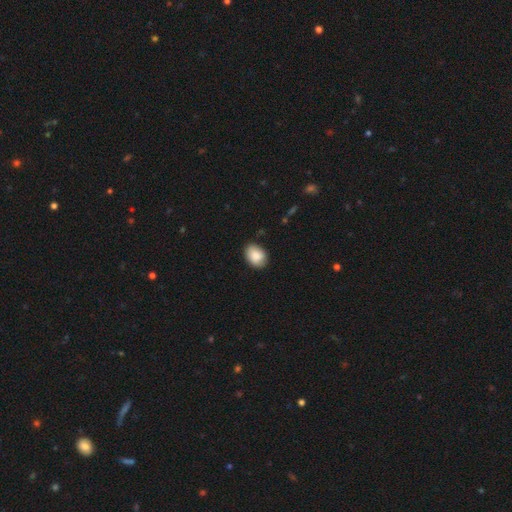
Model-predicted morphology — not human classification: This appears to be a smooth galaxy with no disk features (87%) that is in between round and cigar-shaped (77%). Merging: none (82%).